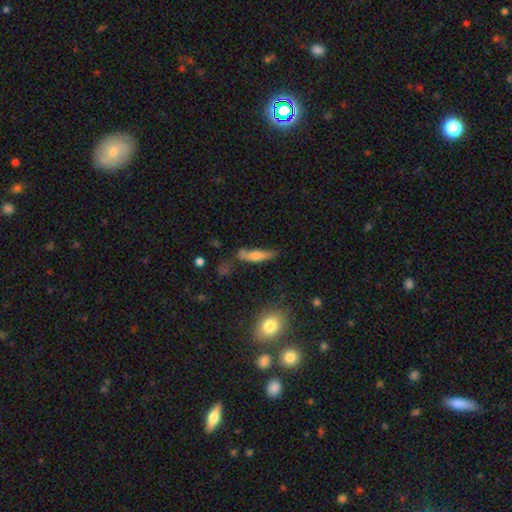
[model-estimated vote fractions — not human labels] This appears to be a smooth galaxy with no disk features (51%) that is cigar-shaped (71%). Merging: none (60%).